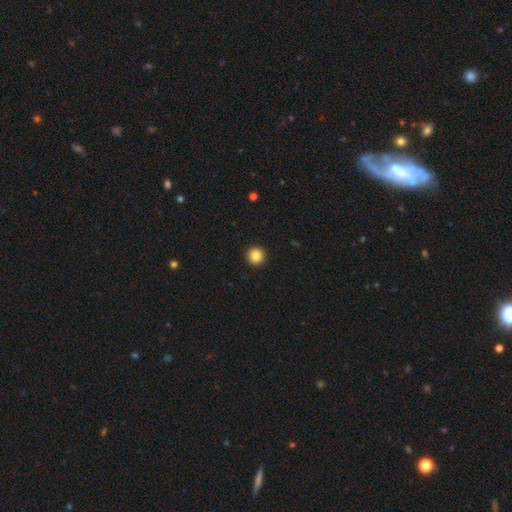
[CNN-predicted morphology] A smooth galaxy with no disk features (86%) that is round (96%).

Vote fractions:
- Smooth or featured? smooth: 86% / star or artifact: 10% / featured or disk: 4%
- How rounded? round: 96% / in between: 3% / cigar-shaped: 1%
- Merging? none: 94% / minor disturbance: 4% / major disturbance: 1% / merger: 1%